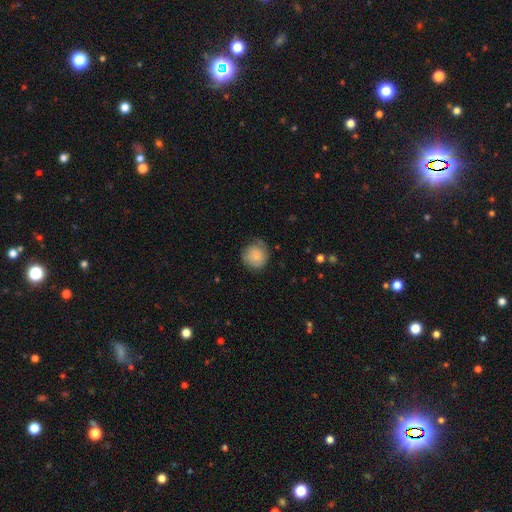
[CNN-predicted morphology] This appears to be a smooth galaxy with no disk features (70%) that is round (89%). Merging: none (63%).